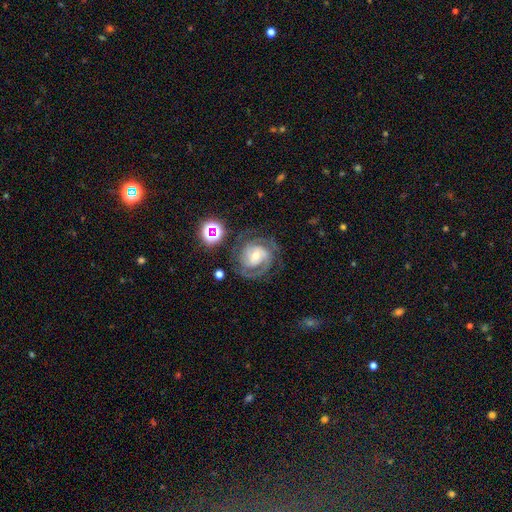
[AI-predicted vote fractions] Morphology: type=featured or disk (86%); edge-on=no (98%); bar=no (43%); spiral arms=yes (97%); winding=tight (60%); arm count=2 (37%); bulge=small (48%); merging=none (73%).